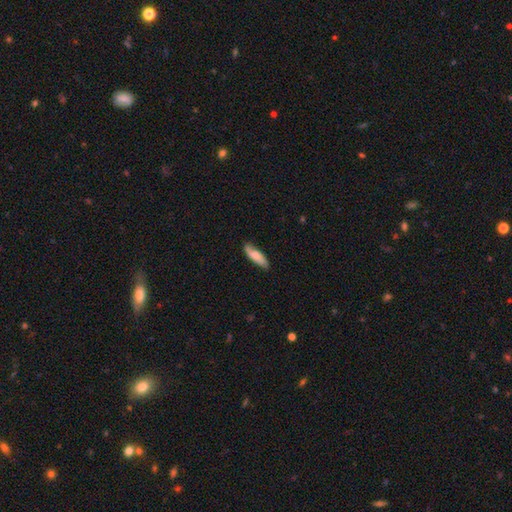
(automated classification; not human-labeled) The model was most divided on "how rounded": cigar-shaped: 53%, in between: 45%, round: 2%. More confident: merging — none (80%); smooth or featured — smooth (63%).